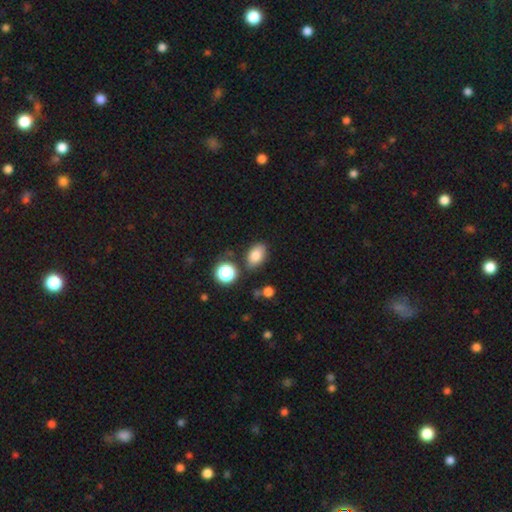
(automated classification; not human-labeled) smooth 81%, star or artifact 11%, featured or disk 8%. Down the decision tree: how rounded — in between (85%); merging — none (78%).